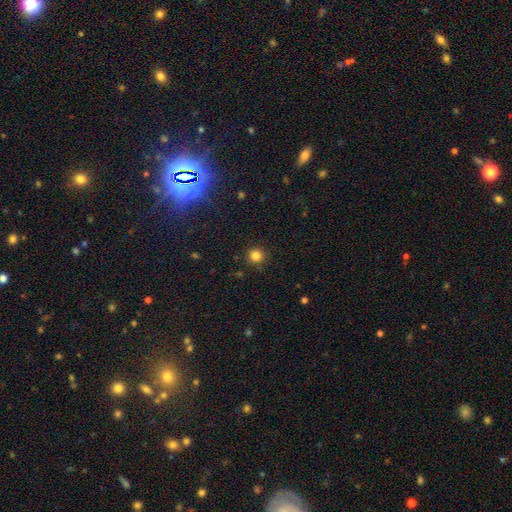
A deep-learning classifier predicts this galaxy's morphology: This is clearly a smooth galaxy (83%). How rounded: clearly round (94%). Merging: clearly none (91%).